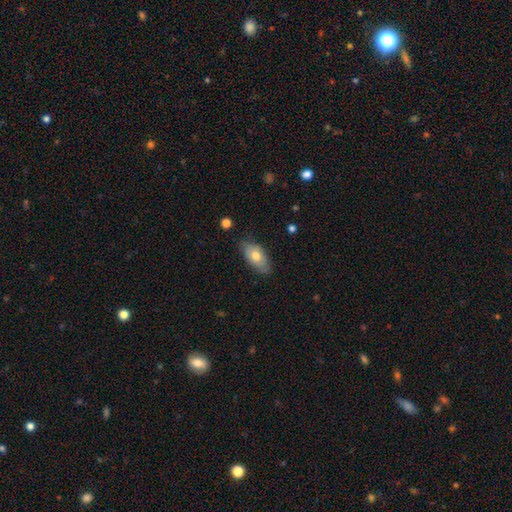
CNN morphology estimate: Q: Smooth or featured?
A: smooth (68%); runner-up: featured or disk (26%)
Q: How rounded?
A: in between (92%); runner-up: round (4%)
Q: Merging?
A: none (74%); runner-up: minor disturbance (21%)